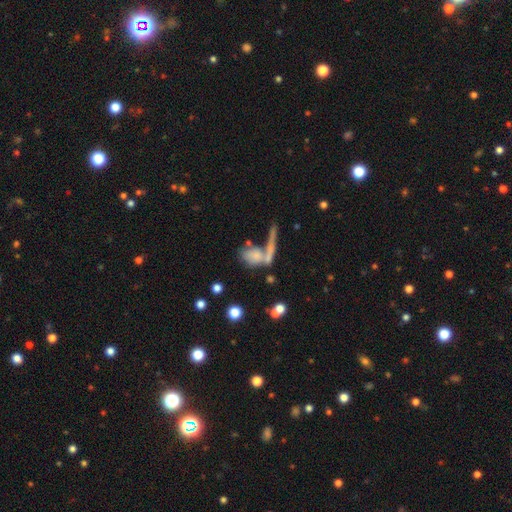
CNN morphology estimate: Smooth or featured? smooth (63%)
How rounded? in between (60%)
Merging? merger (44%)